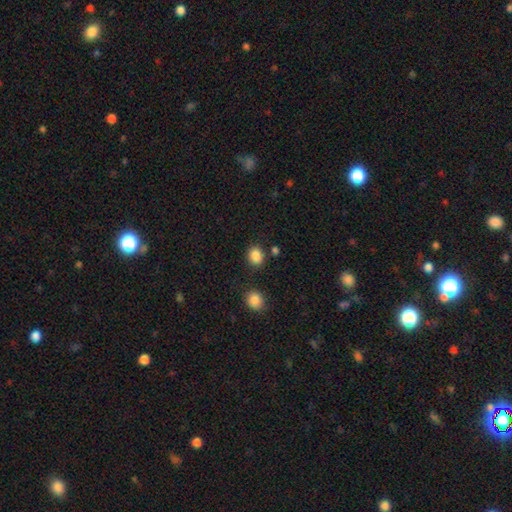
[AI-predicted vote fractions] The model was most divided on "how rounded": round: 60%, in between: 39%, cigar-shaped: 1%. More confident: smooth or featured — smooth (86%); merging — none (80%).